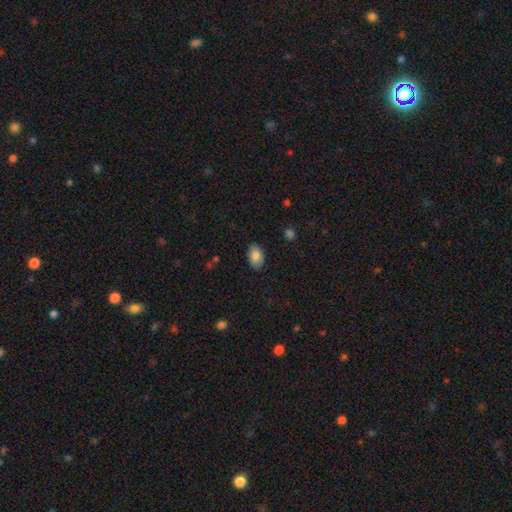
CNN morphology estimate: smooth 85%, featured or disk 8%, star or artifact 7%. Down the decision tree: how rounded — in between (92%); merging — none (87%).